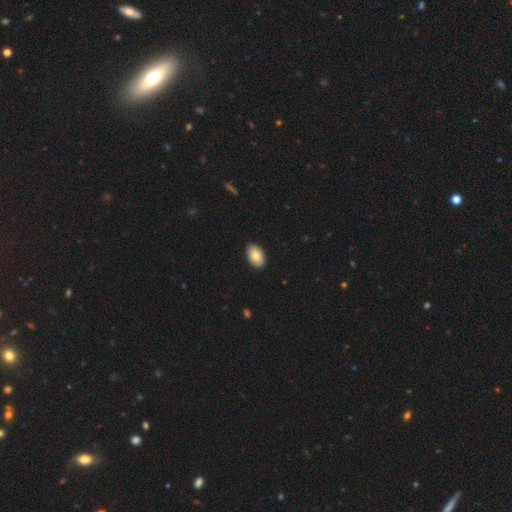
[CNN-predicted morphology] Smooth or featured?
  - smooth: 86% *
  - featured or disk: 7%
  - star or artifact: 6%
How rounded?
  - in between: 92% *
  - round: 7%
  - cigar-shaped: 1%
Merging?
  - none: 91% *
  - minor disturbance: 7%
  - major disturbance: 2%
  - merger: 1%